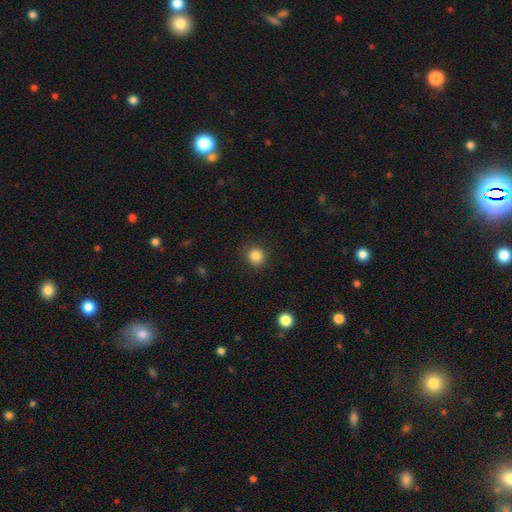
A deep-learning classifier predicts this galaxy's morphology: Smooth or featured? smooth (85%)
How rounded? round (89%)
Merging? none (88%)